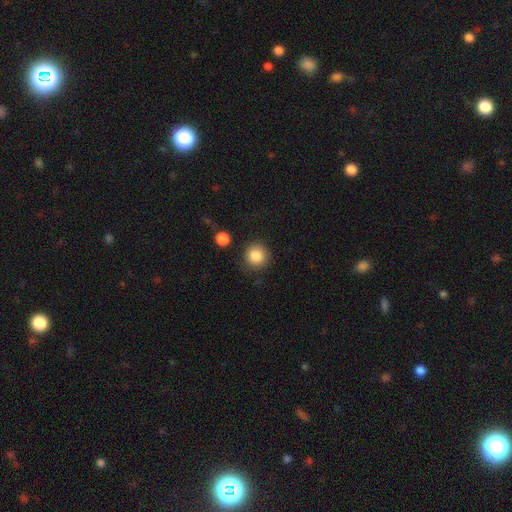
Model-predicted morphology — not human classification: Smooth or featured: smooth — 86% (star or artifact — 9%)
How rounded: round — 93% (in between — 7%)
Merging: none — 82% (minor disturbance — 11%)